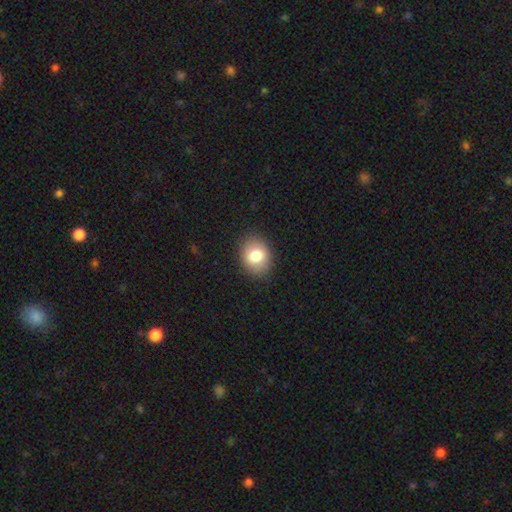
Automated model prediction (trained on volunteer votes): Morphology: type=smooth (80%); roundness=in between (55%); merging=none (87%).